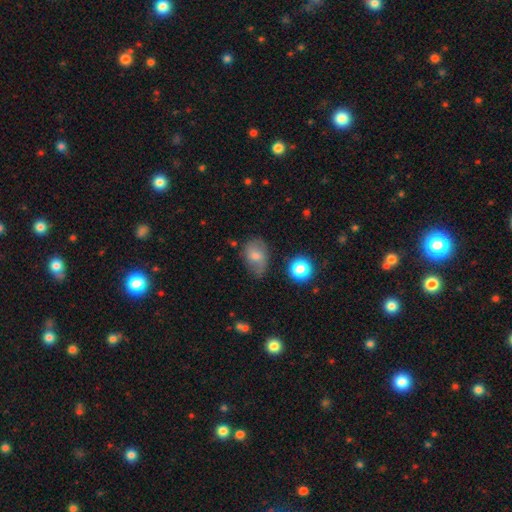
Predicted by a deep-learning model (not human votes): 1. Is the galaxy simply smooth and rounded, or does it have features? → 65% smooth, 25% featured or disk, 10% star or artifact.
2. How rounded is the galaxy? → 77% in between, 22% round, 1% cigar-shaped.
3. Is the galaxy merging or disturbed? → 54% none, 31% minor disturbance, 11% major disturbance, 4% merger.